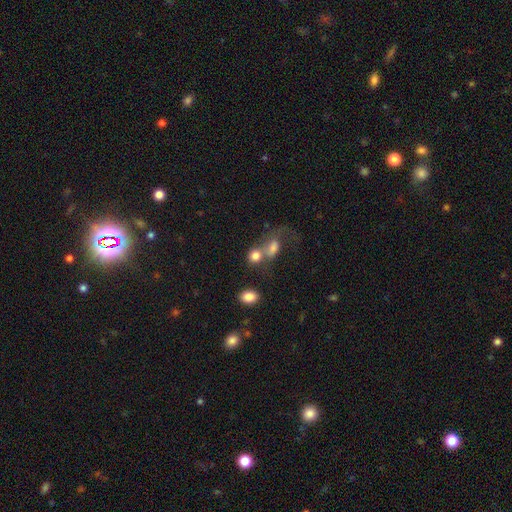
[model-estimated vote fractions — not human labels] Morphology: type=smooth (78%); roundness=round (62%); merging=merger (55%).